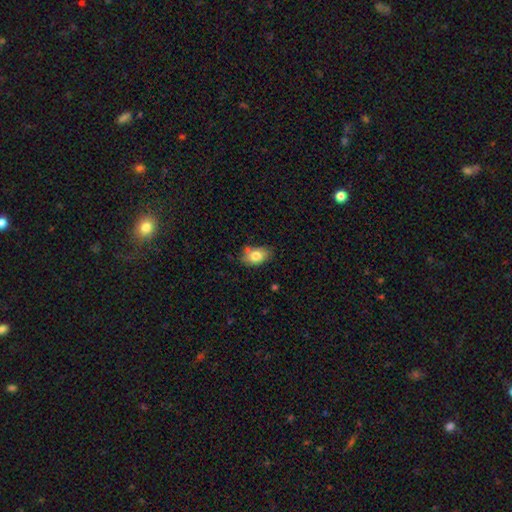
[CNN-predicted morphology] smooth_or_featured: smooth (p=0.79) [alt: featured or disk p=0.12]
how_rounded: in between (p=0.82) [alt: round p=0.17]
merging: none (p=0.68) [alt: minor disturbance p=0.23]